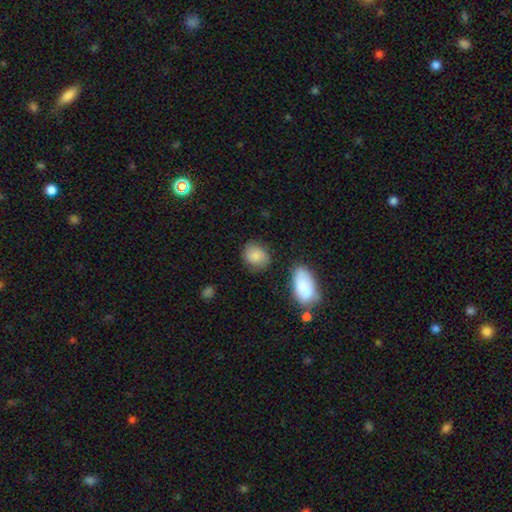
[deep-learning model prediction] This is clearly a smooth galaxy (81%). How rounded: likely round (60%). Merging: likely none (74%).